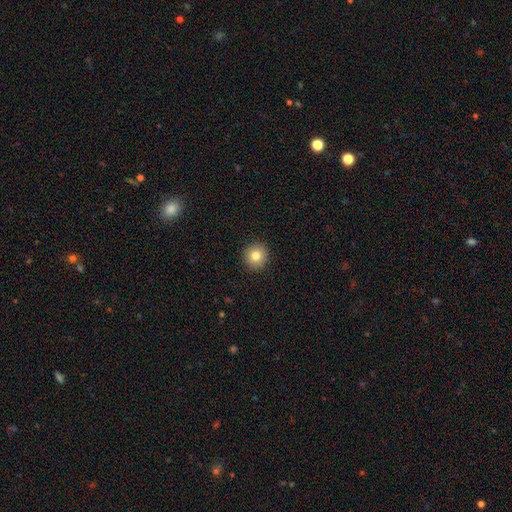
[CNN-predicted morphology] Smooth or featured? smooth (80%)
How rounded? round (94%)
Merging? none (92%)